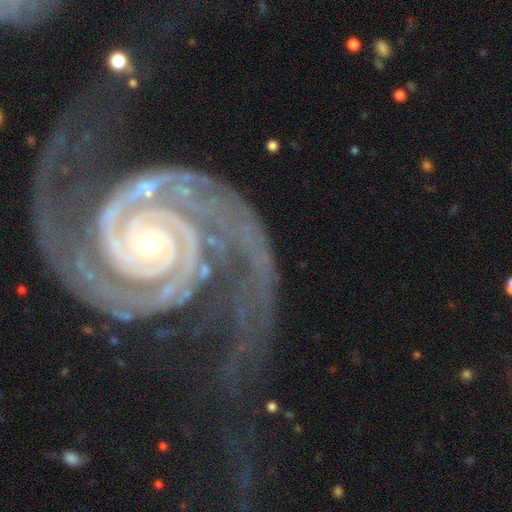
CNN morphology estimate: This is clearly a featured or disk galaxy (93%). It is clearly not viewed edge-on (98%). Bar: likely no (69%). Spiral arm pattern: clearly yes (99%). Spiral arm count: likely 2 (74%). Spiral winding: likely tight (80%). Central bulge: likely small (73%). Merging: possibly none (52%).